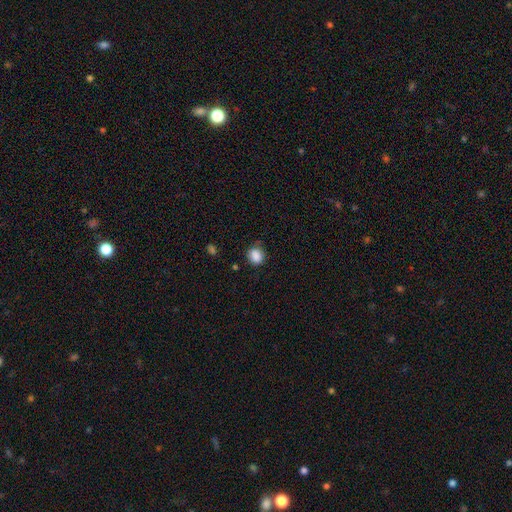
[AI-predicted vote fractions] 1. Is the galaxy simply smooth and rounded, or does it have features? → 87% smooth, 9% star or artifact, 4% featured or disk.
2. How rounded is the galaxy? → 67% round, 32% in between, 1% cigar-shaped.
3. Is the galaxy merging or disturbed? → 74% none, 19% minor disturbance, 4% major disturbance, 2% merger.